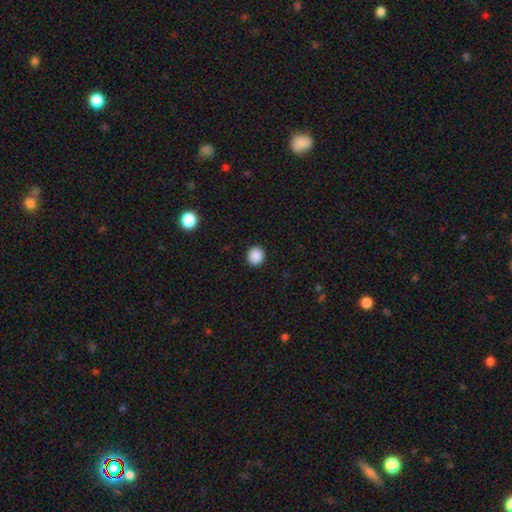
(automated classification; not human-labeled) This appears to be a smooth galaxy with no disk features (88%) that is round (90%). Merging: none (92%).